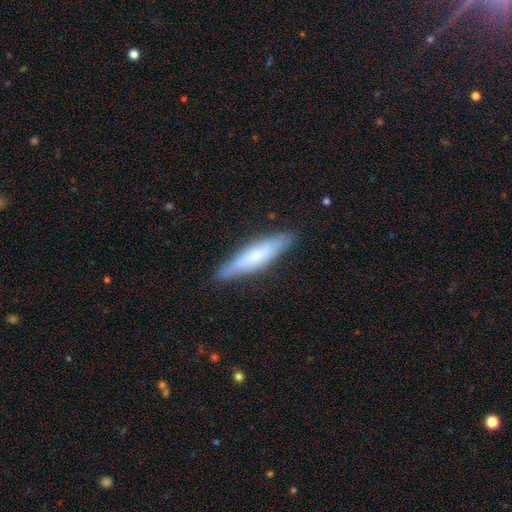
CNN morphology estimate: Overall: smooth (63%; featured or disk 31%). How rounded: cigar-shaped (79%). Merging: none (84%).